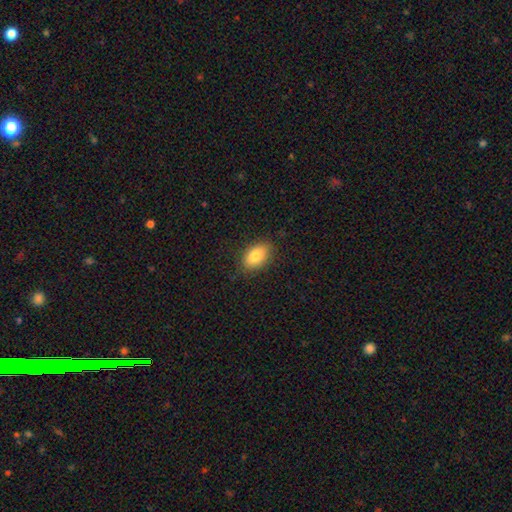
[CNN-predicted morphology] A smooth galaxy with no disk features (82%) that is in between round and cigar-shaped (89%). Merging: none (84%).